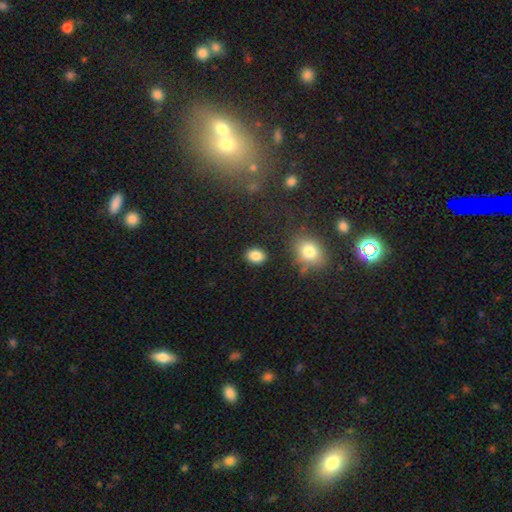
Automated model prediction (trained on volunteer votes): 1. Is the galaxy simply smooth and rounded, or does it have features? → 86% smooth, 9% star or artifact, 5% featured or disk.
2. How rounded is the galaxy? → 70% in between, 29% round, 1% cigar-shaped.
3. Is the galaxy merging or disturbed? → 87% none, 8% minor disturbance, 3% major disturbance, 2% merger.